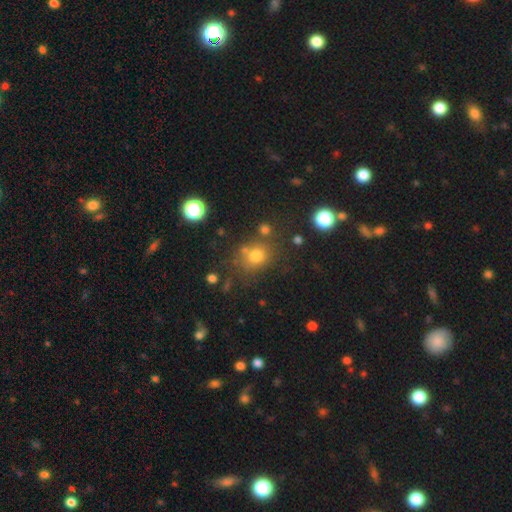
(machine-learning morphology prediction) type=smooth (73%); roundness=round (74%); merging=none (68%).